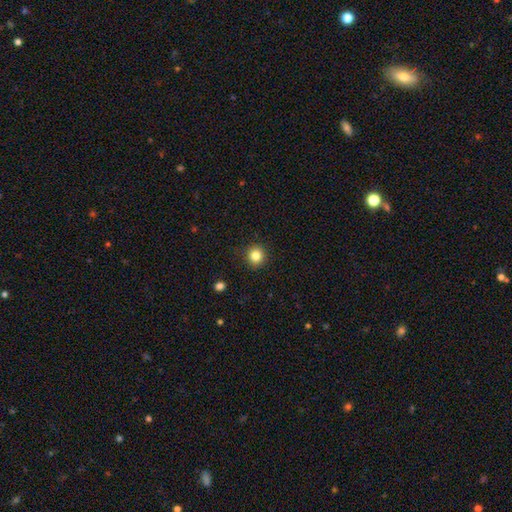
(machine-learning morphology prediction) Overall: smooth (83%). How rounded: round (94%). Merging: none (92%).